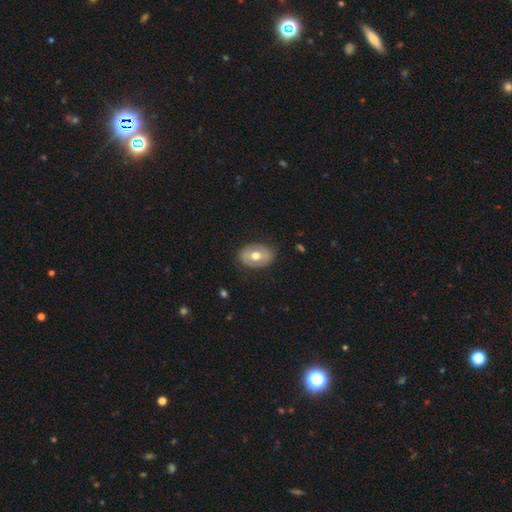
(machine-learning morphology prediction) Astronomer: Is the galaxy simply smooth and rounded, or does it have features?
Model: smooth — 54% (runner-up: featured or disk, 40%).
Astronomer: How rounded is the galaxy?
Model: in between — 81%.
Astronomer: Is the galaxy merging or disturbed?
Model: none — 82%.